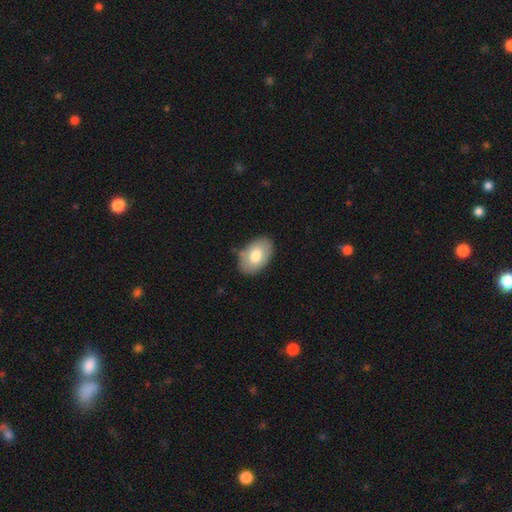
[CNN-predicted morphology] The model was most divided on "smooth or featured": smooth: 74%, featured or disk: 20%, star or artifact: 6%. More confident: how rounded — in between (90%); merging — none (81%).